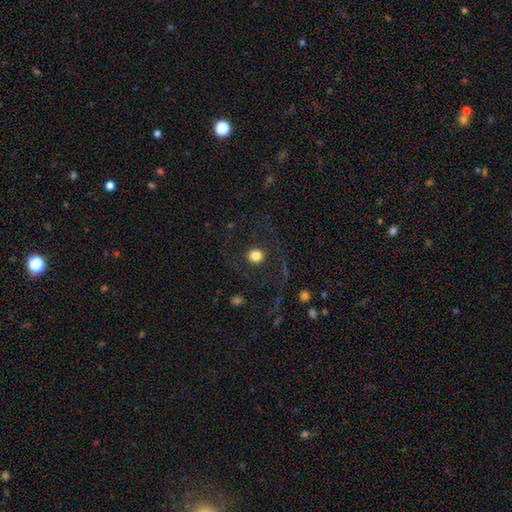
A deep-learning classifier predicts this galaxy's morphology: Smooth or featured? smooth (74%)
How rounded? round (89%)
Merging? none (85%)